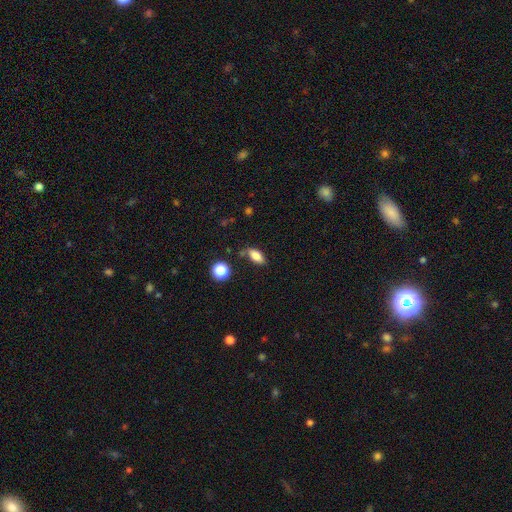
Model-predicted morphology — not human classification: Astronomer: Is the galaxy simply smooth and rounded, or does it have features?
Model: smooth — 82%.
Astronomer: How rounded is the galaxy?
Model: in between — 84%.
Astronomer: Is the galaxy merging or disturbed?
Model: none — 71%.